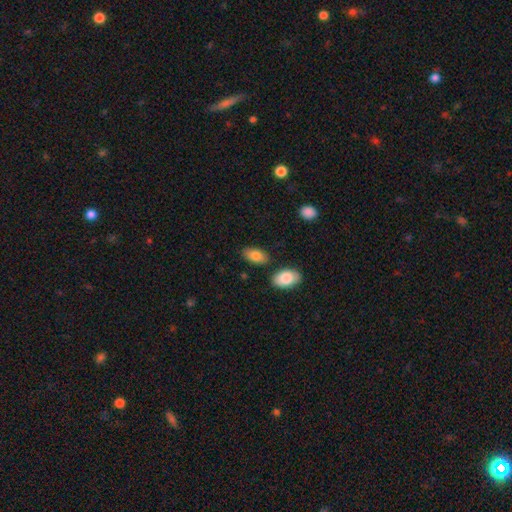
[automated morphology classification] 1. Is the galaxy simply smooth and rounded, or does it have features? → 83% smooth, 10% featured or disk, 7% star or artifact.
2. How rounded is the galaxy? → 93% in between, 4% round, 2% cigar-shaped.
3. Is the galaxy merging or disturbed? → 82% none, 10% minor disturbance, 5% merger, 2% major disturbance.